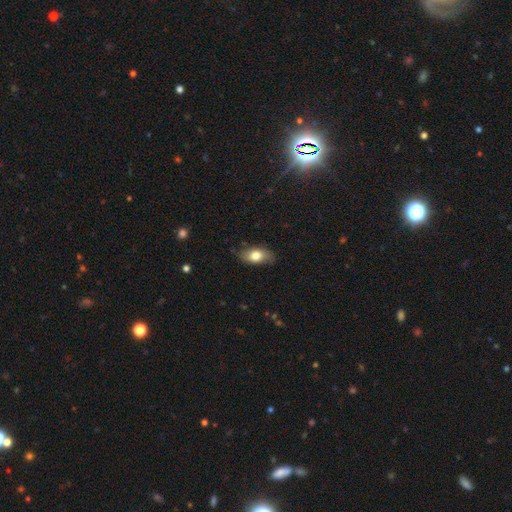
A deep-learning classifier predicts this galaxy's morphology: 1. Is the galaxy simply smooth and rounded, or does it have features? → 73% smooth, 21% featured or disk, 7% star or artifact.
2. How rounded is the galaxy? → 87% in between, 6% round, 6% cigar-shaped.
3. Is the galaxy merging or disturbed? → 75% none, 20% minor disturbance, 4% major disturbance, 1% merger.